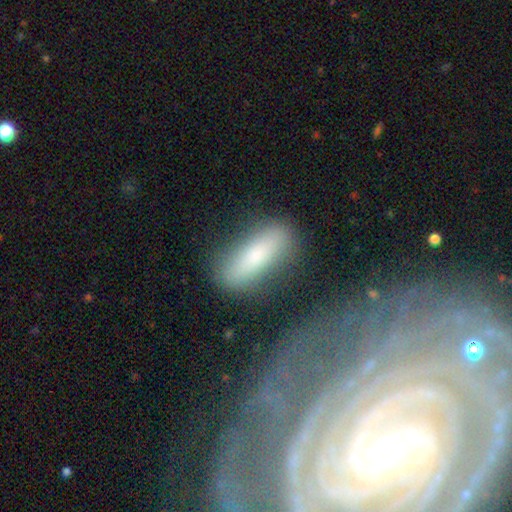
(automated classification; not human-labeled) Smooth or featured: smooth — 72% (featured or disk — 20%)
How rounded: in between — 52% (cigar-shaped — 44%)
Merging: none — 74% (minor disturbance — 15%)